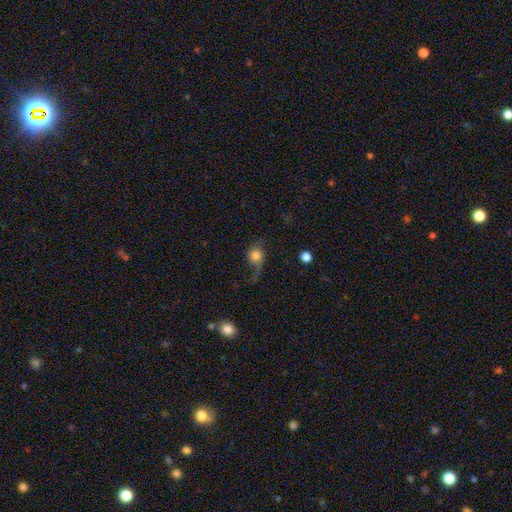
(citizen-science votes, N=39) Q: Smooth or featured?
A: smooth (51%); runner-up: featured or disk (44%)
Q: How rounded?
A: round (50%); tied with: in between (50%)
Q: Merging?
A: major disturbance (43%); runner-up: none (41%)